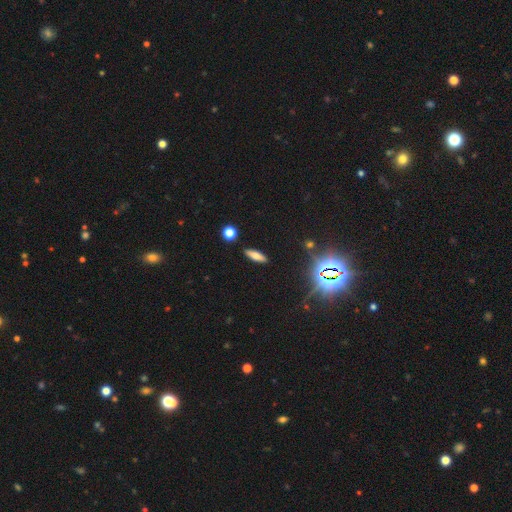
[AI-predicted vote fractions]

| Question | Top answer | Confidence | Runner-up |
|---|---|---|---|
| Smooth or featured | smooth | 64% | featured or disk (21%) |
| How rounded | cigar-shaped | 51% | in between (46%) |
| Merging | none | 89% | minor disturbance (7%) |